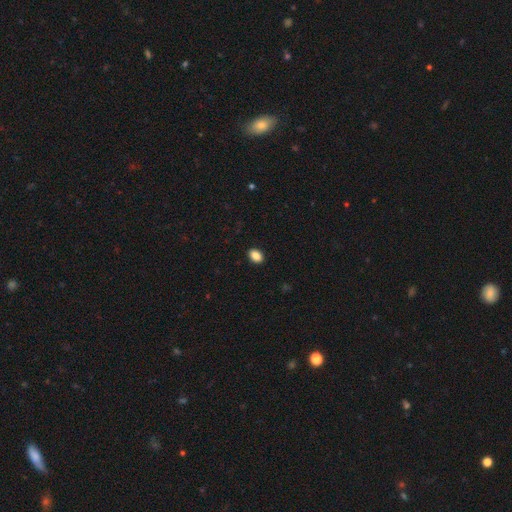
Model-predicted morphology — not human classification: Q: Smooth or featured?
A: smooth (88%); runner-up: star or artifact (8%)
Q: How rounded?
A: in between (82%); runner-up: round (17%)
Q: Merging?
A: none (91%); runner-up: minor disturbance (7%)